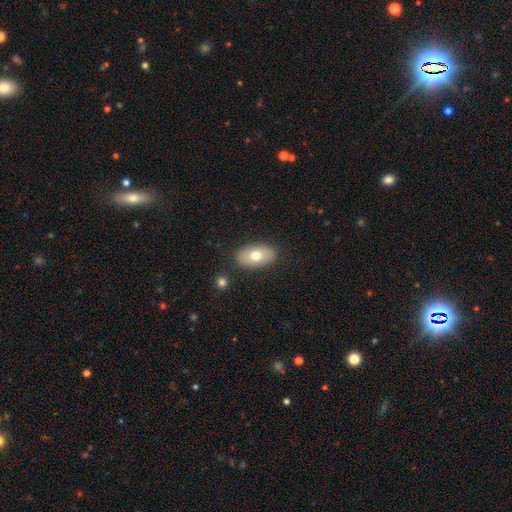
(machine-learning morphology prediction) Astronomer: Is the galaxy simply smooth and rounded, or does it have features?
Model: smooth — 71%.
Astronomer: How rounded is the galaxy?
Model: in between — 92%.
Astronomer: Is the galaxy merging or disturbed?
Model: none — 86%.